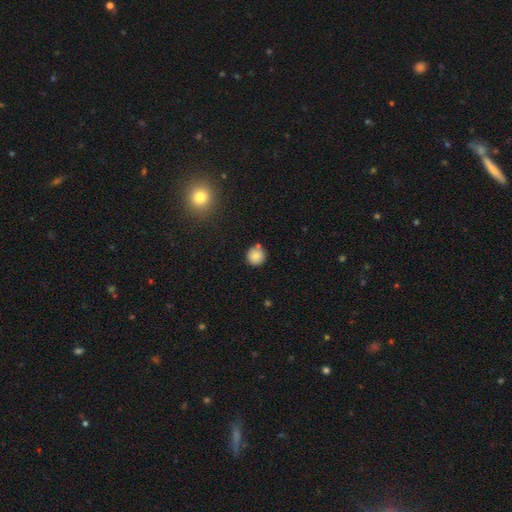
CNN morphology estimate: smooth 84%, star or artifact 10%, featured or disk 6%. Down the decision tree: how rounded — round (93%); merging — none (77%).